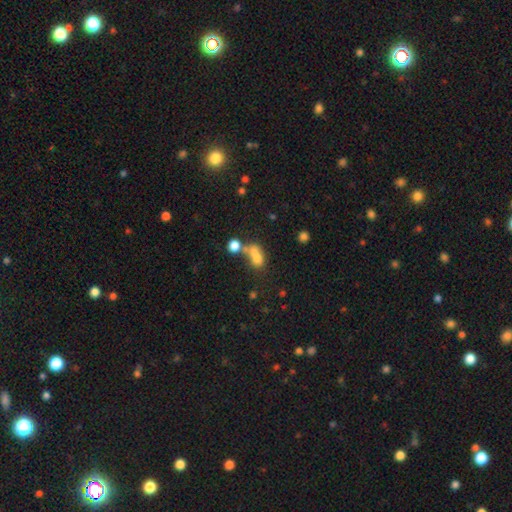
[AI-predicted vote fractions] A smooth galaxy with no disk features (68%) that is in between round and cigar-shaped (70%). Merging: merger (49%).